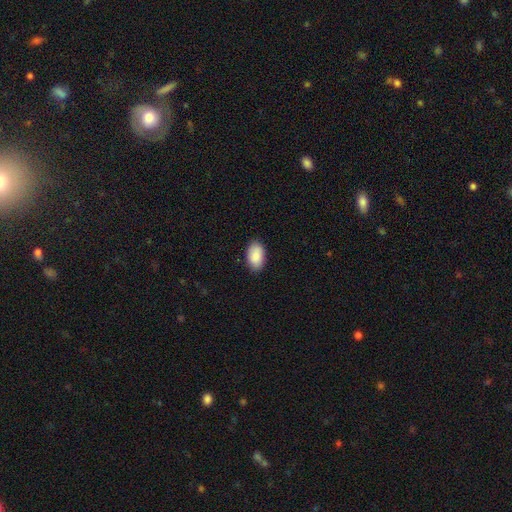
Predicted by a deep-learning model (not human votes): Morphology: type=smooth (90%); roundness=in between (94%); merging=none (87%).